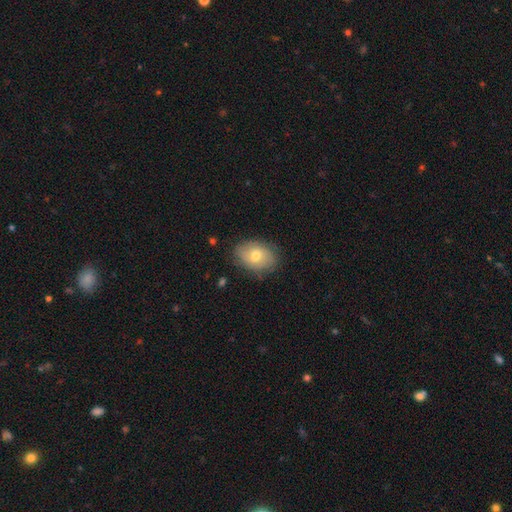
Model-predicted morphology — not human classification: This appears to be a smooth galaxy with no disk features (61%) that is in between round and cigar-shaped (79%). Merging: none (79%).